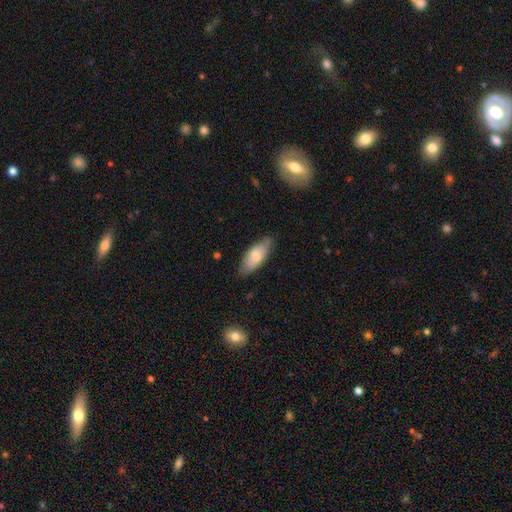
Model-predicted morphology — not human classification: Smooth or featured? smooth (64%)
How rounded? in between (81%)
Merging? none (72%)